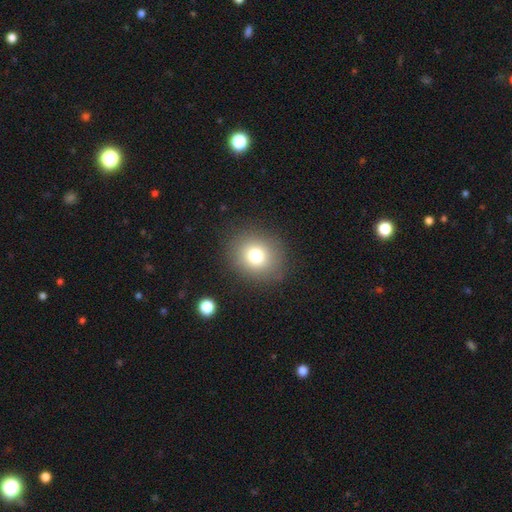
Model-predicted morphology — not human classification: smooth 76%, star or artifact 13%, featured or disk 11%. Down the decision tree: how rounded — round (78%); merging — none (86%).